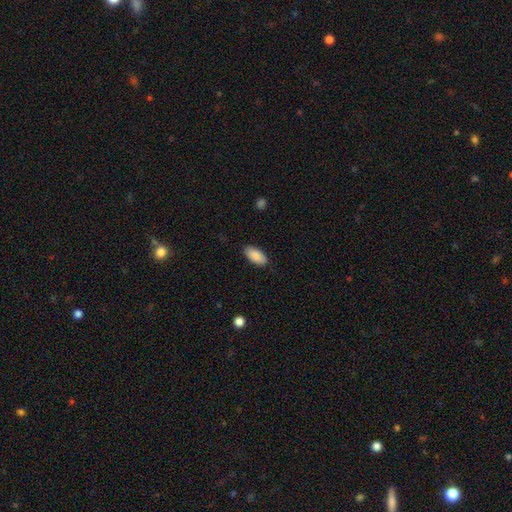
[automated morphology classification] smooth_or_featured: smooth (p=0.90) [alt: star or artifact p=0.06]
how_rounded: in between (p=0.93) [alt: cigar-shaped p=0.05]
merging: none (p=0.88) [alt: minor disturbance p=0.09]